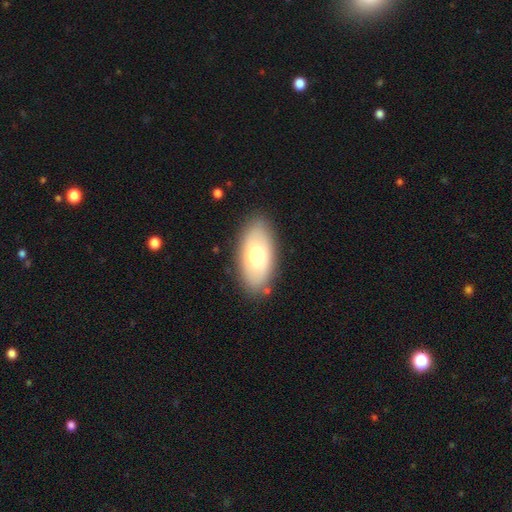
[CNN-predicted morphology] This is likely a smooth galaxy (69%). How rounded: clearly in between (93%). Merging: clearly none (84%).